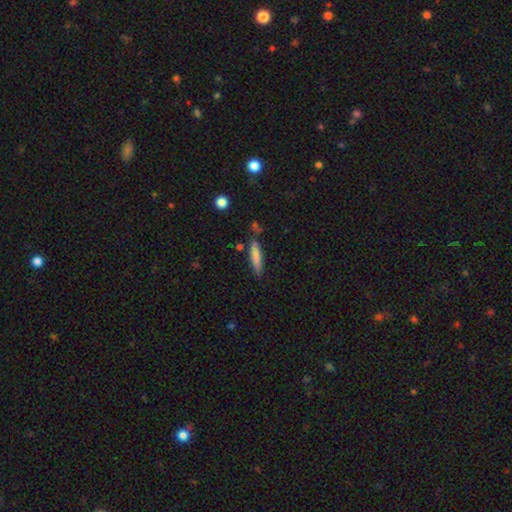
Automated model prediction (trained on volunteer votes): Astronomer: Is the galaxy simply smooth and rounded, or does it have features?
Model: smooth — 77%.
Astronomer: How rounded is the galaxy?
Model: cigar-shaped — 81%.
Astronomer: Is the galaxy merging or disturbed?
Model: none — 74%.